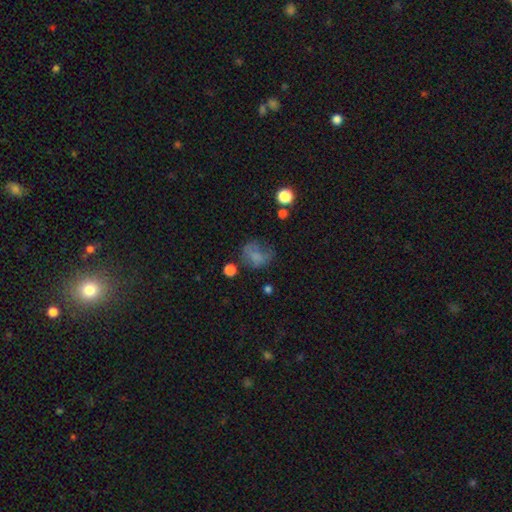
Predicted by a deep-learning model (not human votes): Q: Smooth or featured?
A: smooth (61%); runner-up: featured or disk (23%)
Q: How rounded?
A: round (53%); runner-up: in between (46%)
Q: Merging?
A: none (39%); runner-up: major disturbance (30%)